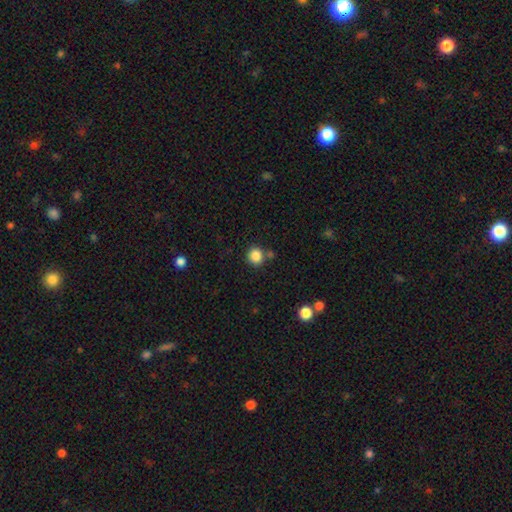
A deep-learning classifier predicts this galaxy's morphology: smooth_or_featured: smooth (p=0.85) [alt: star or artifact p=0.11]
how_rounded: round (p=0.88) [alt: in between p=0.11]
merging: none (p=0.78) [alt: merger p=0.10]